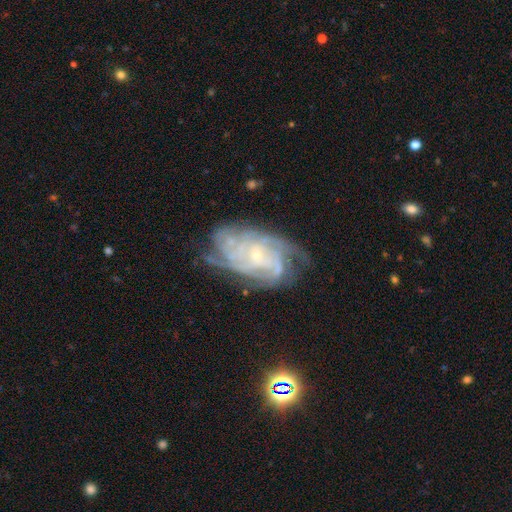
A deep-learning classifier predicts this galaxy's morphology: Q: Smooth or featured?
A: featured or disk (86%); runner-up: star or artifact (7%)
Q: Edge-on disk?
A: no (96%); runner-up: yes (4%)
Q: Bar?
A: no (70%); runner-up: weak (24%)
Q: Spiral arms?
A: yes (96%); runner-up: no (4%)
Q: Spiral winding?
A: tight (67%); runner-up: medium (27%)
Q: Spiral arm count?
A: can't tell (29%); runner-up: 4 (26%)
Q: Bulge size?
A: small (81%); runner-up: moderate (14%)
Q: Merging?
A: none (68%); runner-up: minor disturbance (20%)